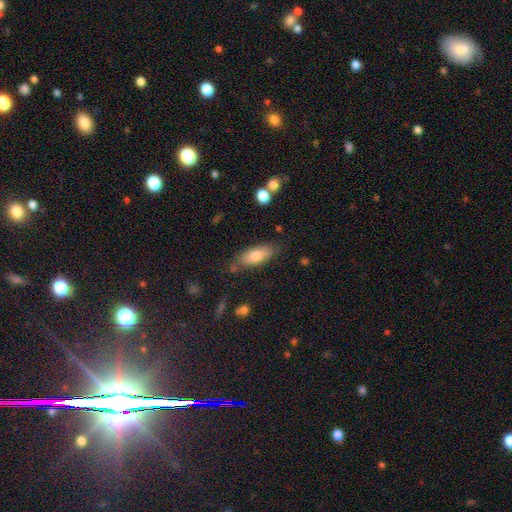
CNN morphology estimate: Smooth or featured? Predicted: smooth (p=0.75). How rounded? Predicted: in between (p=0.72). Merging? Predicted: none (p=0.75).